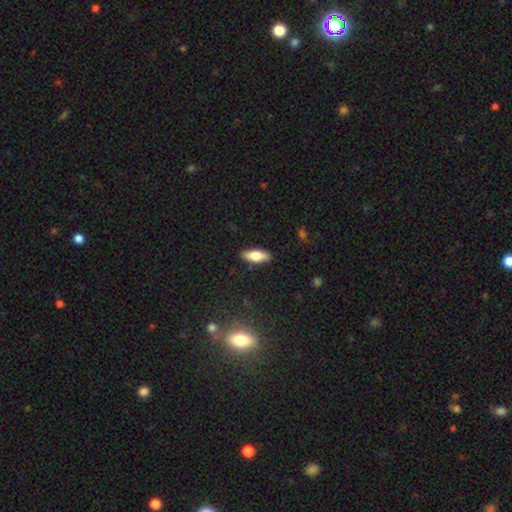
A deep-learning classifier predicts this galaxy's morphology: This appears to be a smooth galaxy with no disk features (69%) that is in between round and cigar-shaped (68%). Merging: none (88%).